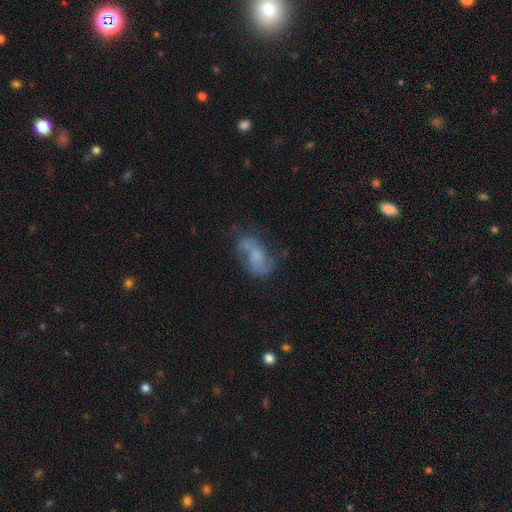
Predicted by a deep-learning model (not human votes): Morphology: type=featured or disk (56%); edge-on=no (96%); bar=no (63%); spiral arms=yes (72%); bulge=none (43%); merging=none (47%).